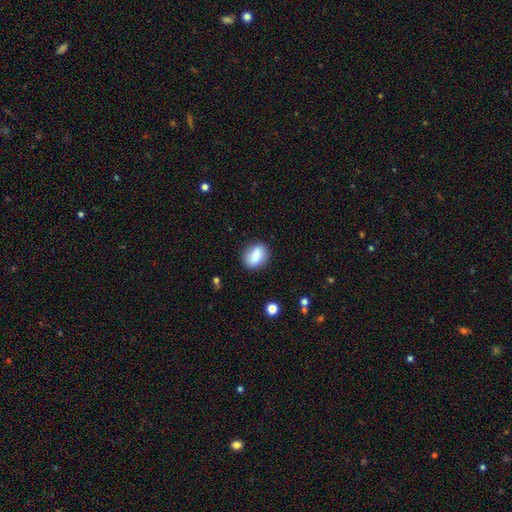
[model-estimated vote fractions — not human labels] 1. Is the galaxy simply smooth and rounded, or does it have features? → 82% smooth, 10% featured or disk, 8% star or artifact.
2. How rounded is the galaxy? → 64% in between, 34% round, 2% cigar-shaped.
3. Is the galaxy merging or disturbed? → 83% none, 13% minor disturbance, 3% major disturbance, 2% merger.